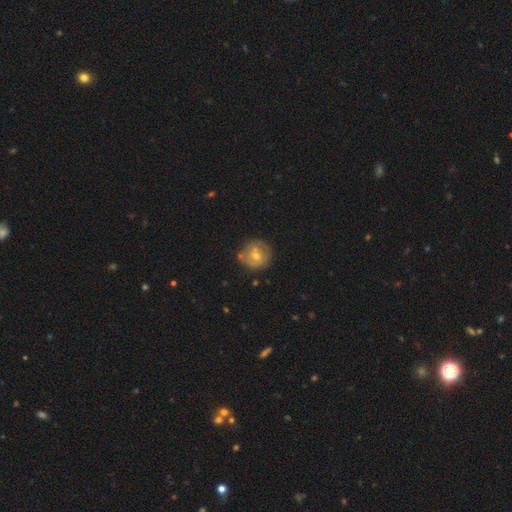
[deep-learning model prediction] This is possibly a featured or disk galaxy (49%). Merging: likely none (70%).